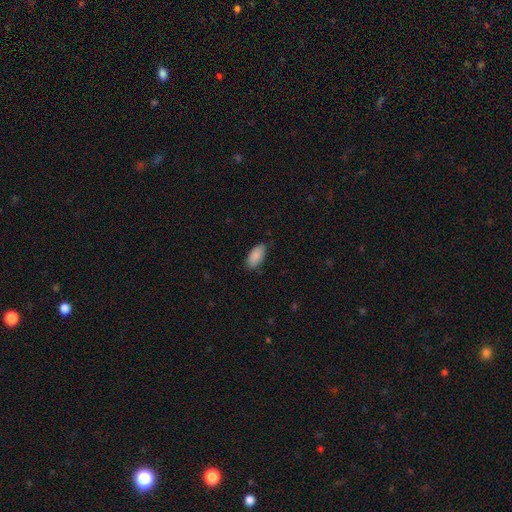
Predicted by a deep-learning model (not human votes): Q: Smooth or featured?
A: smooth (89%); runner-up: star or artifact (6%)
Q: How rounded?
A: in between (92%); runner-up: cigar-shaped (6%)
Q: Merging?
A: none (80%); runner-up: minor disturbance (16%)